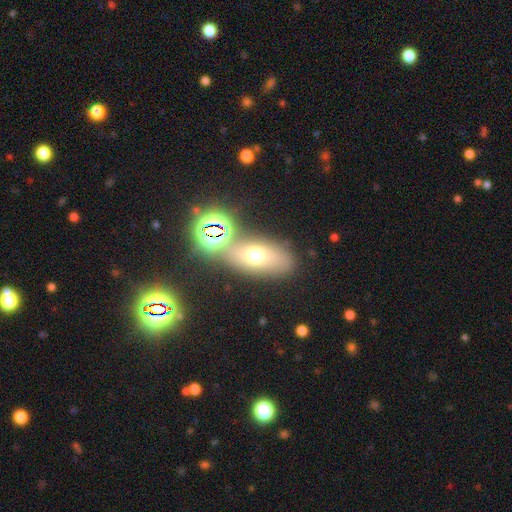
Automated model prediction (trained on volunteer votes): Smooth or featured? smooth (54%)
How rounded? in between (78%)
Merging? none (69%)